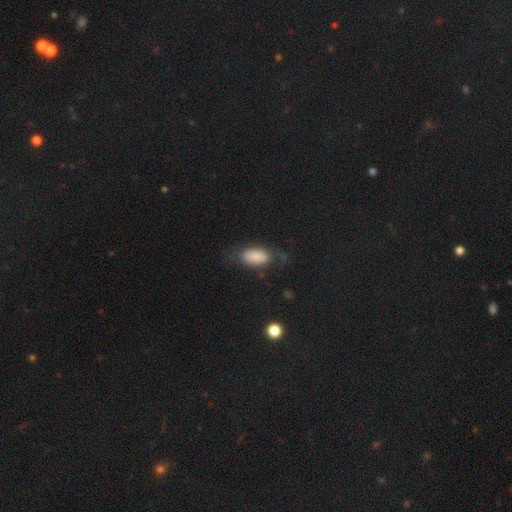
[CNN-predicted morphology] Smooth or featured?
  - smooth: 75% *
  - featured or disk: 18%
  - star or artifact: 8%
How rounded?
  - in between: 91% *
  - cigar-shaped: 5%
  - round: 3%
Merging?
  - none: 55% *
  - minor disturbance: 26%
  - major disturbance: 17%
  - merger: 3%